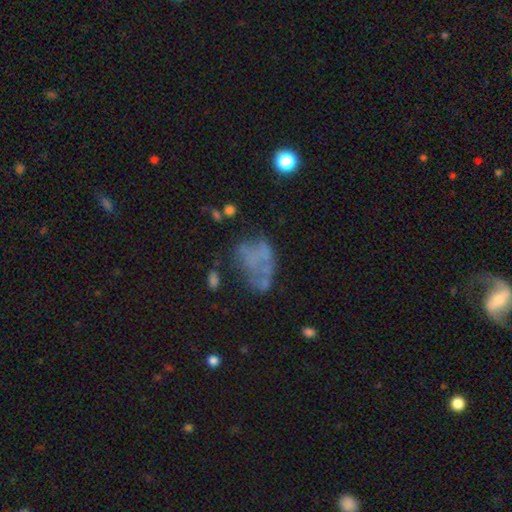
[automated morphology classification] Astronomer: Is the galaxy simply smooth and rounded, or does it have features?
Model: featured or disk — 48% (runner-up: smooth, 38%).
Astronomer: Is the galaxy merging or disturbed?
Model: none — 34% (runner-up: major disturbance, 30%).